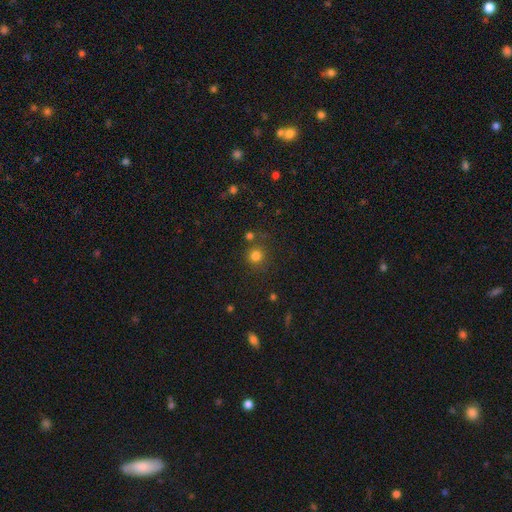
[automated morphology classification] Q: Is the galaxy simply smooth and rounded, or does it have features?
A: smooth — 78%.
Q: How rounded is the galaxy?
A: round — 91%.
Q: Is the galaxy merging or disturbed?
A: none — 75%.